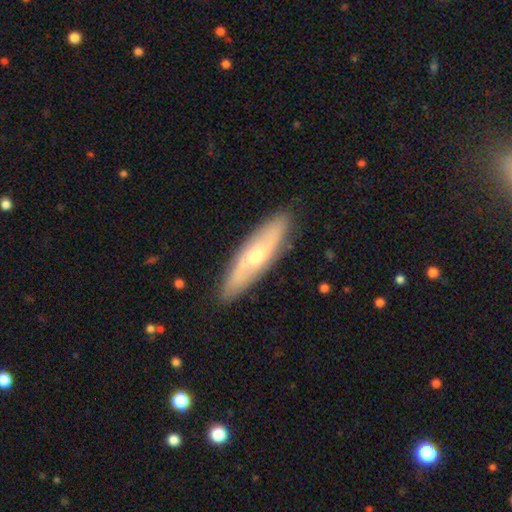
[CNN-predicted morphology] Overall: featured or disk (58%; smooth 36%). Edge-on disk: no (62%; yes 38%). Merging: none (87%).